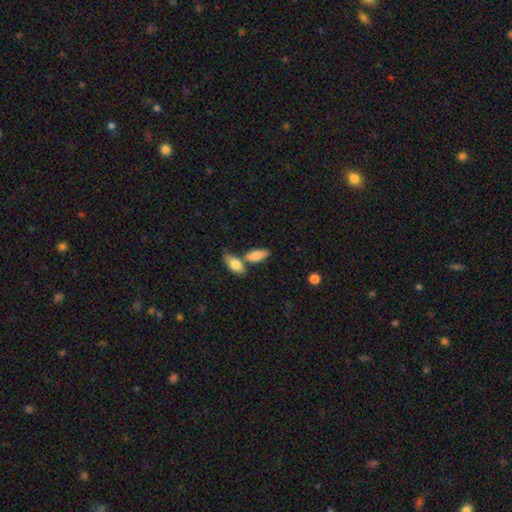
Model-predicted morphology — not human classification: Smooth or featured?
  - smooth: 82% *
  - featured or disk: 11%
  - star or artifact: 6%
How rounded?
  - in between: 81% *
  - cigar-shaped: 16%
  - round: 3%
Merging?
  - none: 45% *
  - merger: 36%
  - minor disturbance: 14%
  - major disturbance: 5%